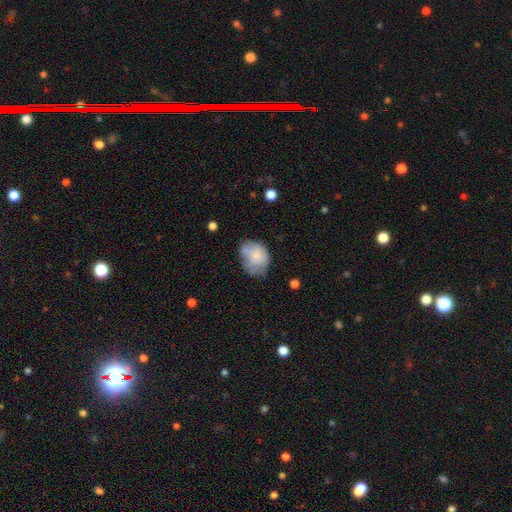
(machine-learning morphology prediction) Smooth or featured? smooth (73%)
How rounded? in between (64%)
Merging? none (46%)